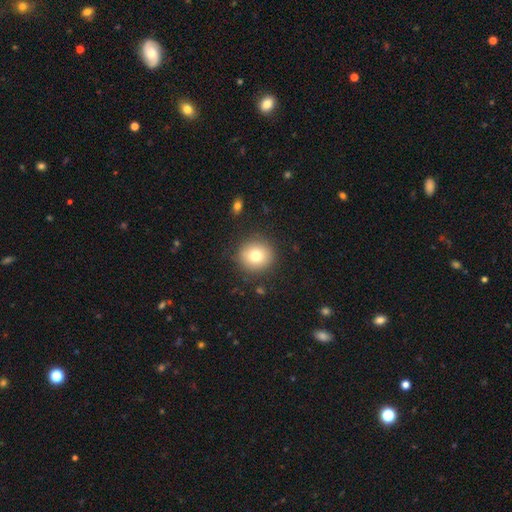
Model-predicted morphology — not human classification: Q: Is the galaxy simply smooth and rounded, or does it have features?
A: smooth — 76%.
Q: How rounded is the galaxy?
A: round — 92%.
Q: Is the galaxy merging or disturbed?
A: none — 88%.